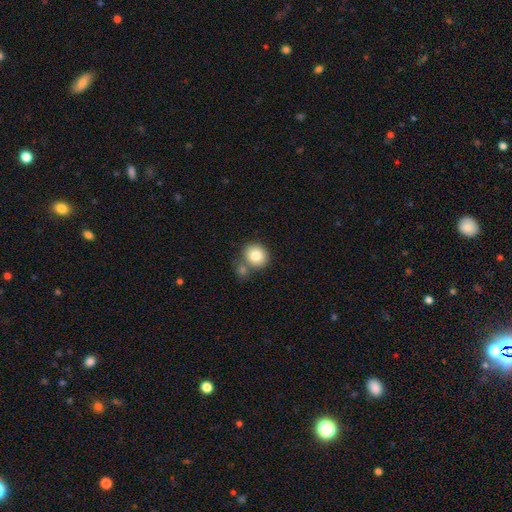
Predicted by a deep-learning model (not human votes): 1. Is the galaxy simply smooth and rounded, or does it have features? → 82% smooth, 9% star or artifact, 9% featured or disk.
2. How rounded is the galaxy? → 78% round, 21% in between, 1% cigar-shaped.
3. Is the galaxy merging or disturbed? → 58% none, 27% merger, 11% minor disturbance, 4% major disturbance.